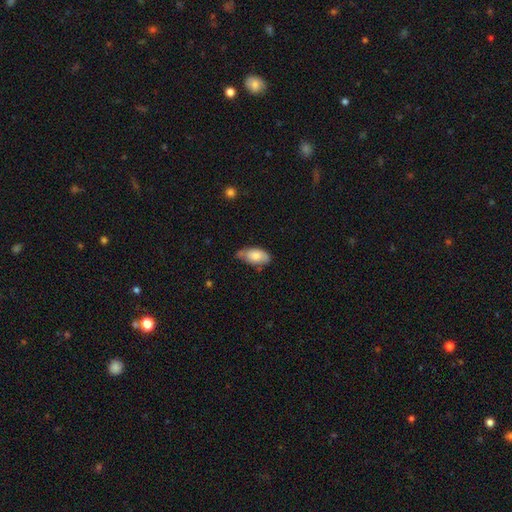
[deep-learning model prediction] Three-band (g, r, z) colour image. It shows a smooth galaxy with no disk features (74%) that is in between round and cigar-shaped (92%). Merging: none (53%).